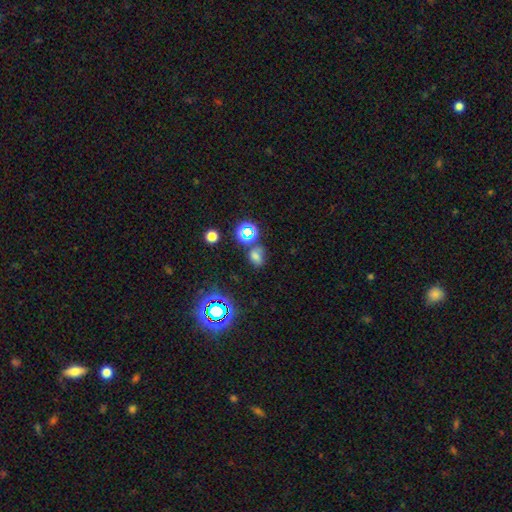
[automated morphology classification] smooth_or_featured: smooth (p=0.57) [alt: star or artifact p=0.33]
how_rounded: in between (p=0.58) [alt: round p=0.40]
merging: none (p=0.59) [alt: merger p=0.17]